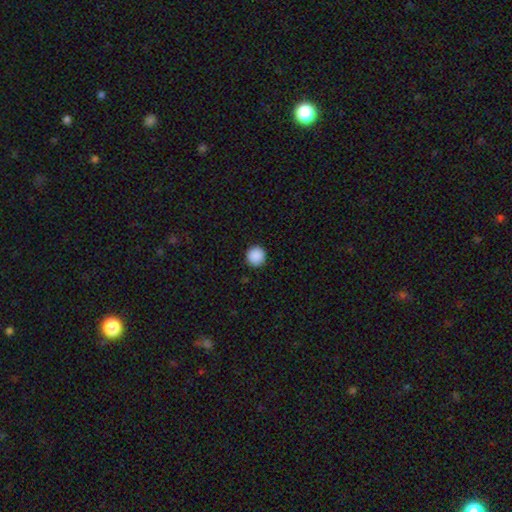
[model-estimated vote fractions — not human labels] A smooth galaxy with no disk features (89%) that is round (96%). Merging: none (93%).